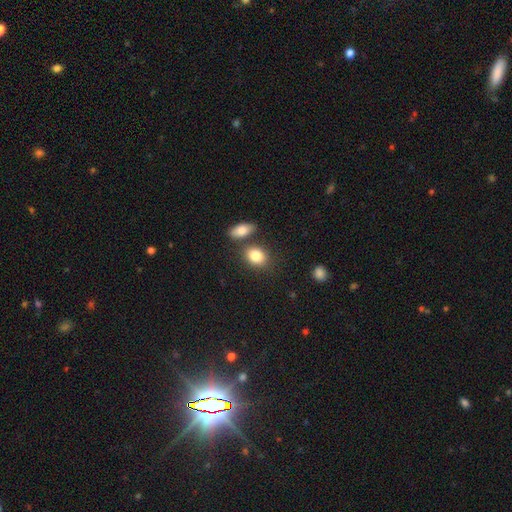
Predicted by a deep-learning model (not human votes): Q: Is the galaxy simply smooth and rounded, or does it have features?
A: smooth — 85%.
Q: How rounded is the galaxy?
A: in between — 69%.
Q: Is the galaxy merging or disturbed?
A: none — 66%.